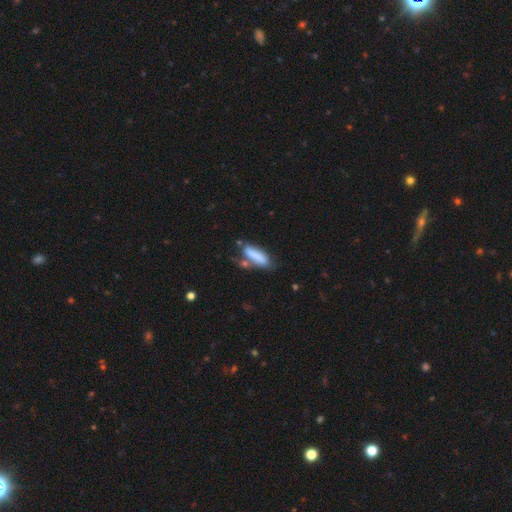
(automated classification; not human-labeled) Smooth or featured? Predicted: smooth (p=0.81). How rounded? Predicted: cigar-shaped (p=0.51). Merging? Predicted: none (p=0.54).